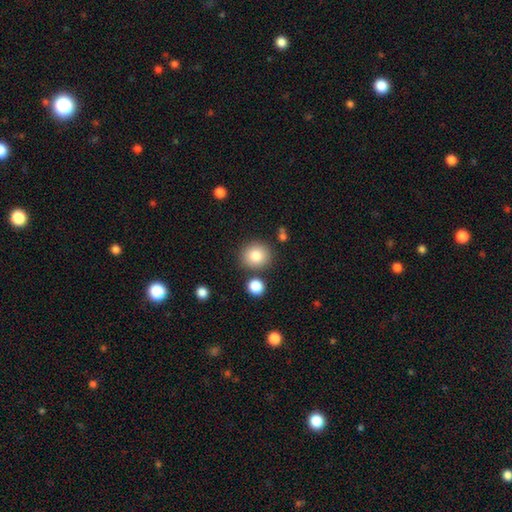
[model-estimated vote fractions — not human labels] smooth-or-featured: smooth: 83% | star or artifact: 9% | featured or disk: 7%
  how-rounded: round: 87% | in between: 12% | cigar-shaped: 1%
  merging: none: 81% | minor disturbance: 9% | merger: 8% | major disturbance: 3%